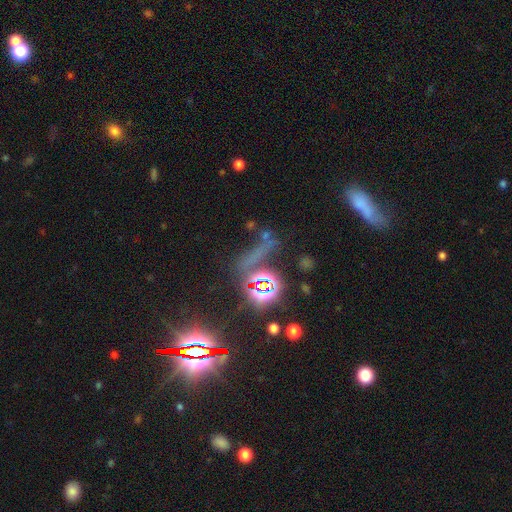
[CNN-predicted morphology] Q: Smooth or featured?
A: star or artifact (62%); runner-up: smooth (22%)